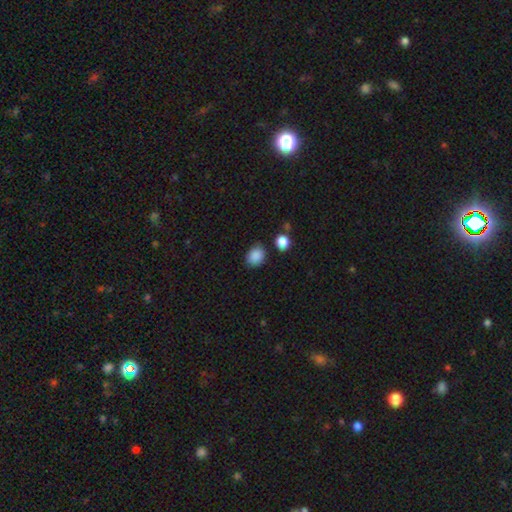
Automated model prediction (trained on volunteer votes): Smooth or featured? smooth (88%)
How rounded? in between (55%)
Merging? none (78%)